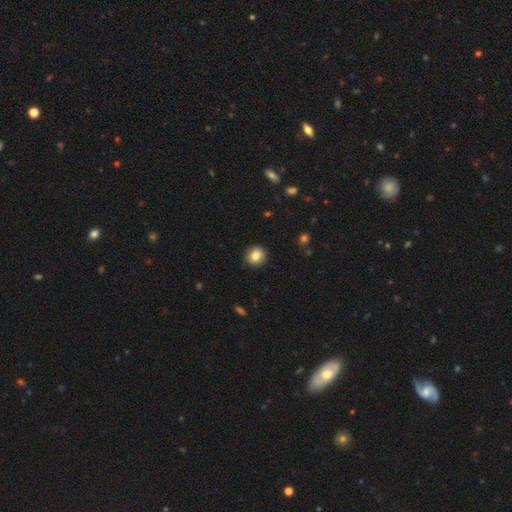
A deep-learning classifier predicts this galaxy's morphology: A smooth galaxy with no disk features (83%) that is round (90%). Merging: none (91%).